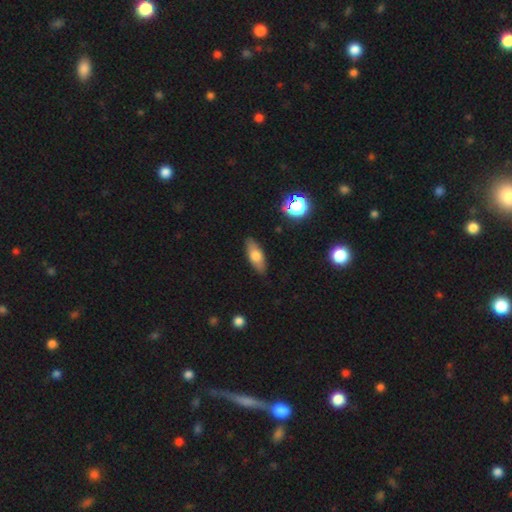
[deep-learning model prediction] smooth 67%, featured or disk 26%, star or artifact 7%. Down the decision tree: how rounded — in between (73%); merging — none (86%).